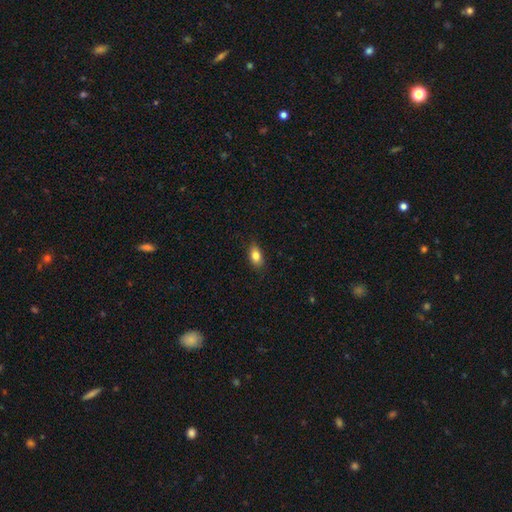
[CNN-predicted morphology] This is clearly a smooth galaxy (83%). How rounded: clearly in between (87%). Merging: clearly none (86%).